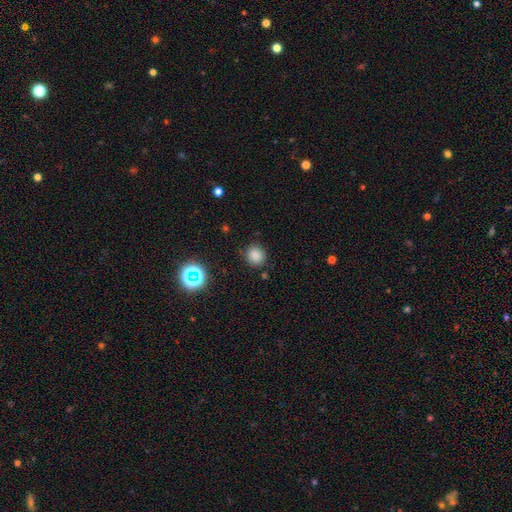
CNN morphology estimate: smooth-or-featured: smooth: 81% | star or artifact: 14% | featured or disk: 4%
  how-rounded: round: 85% | in between: 14% | cigar-shaped: 1%
  merging: none: 86% | minor disturbance: 9% | major disturbance: 3% | merger: 2%